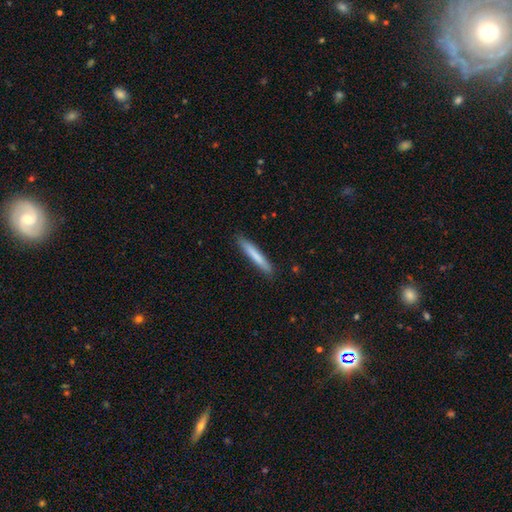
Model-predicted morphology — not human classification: A smooth galaxy with no disk features (76%) that is cigar-shaped (96%). Merging: none (89%).